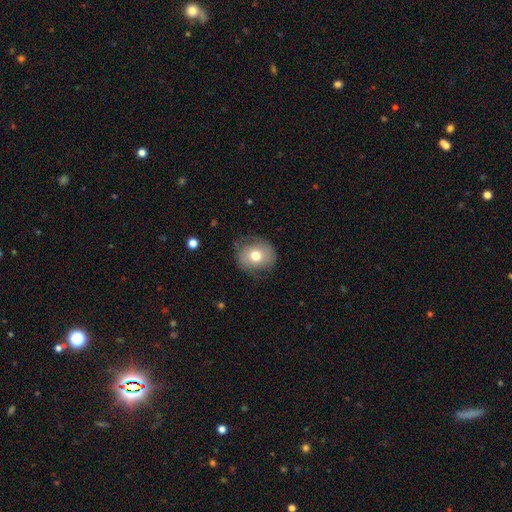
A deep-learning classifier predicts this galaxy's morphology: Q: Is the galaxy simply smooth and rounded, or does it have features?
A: smooth — 71%.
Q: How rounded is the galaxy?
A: round — 74%.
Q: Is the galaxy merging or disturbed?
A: none — 73%.